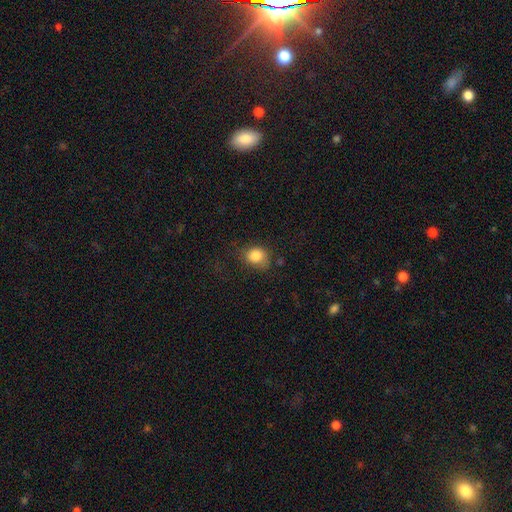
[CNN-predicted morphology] Smooth or featured: smooth — 84% (star or artifact — 10%)
How rounded: round — 62% (in between — 37%)
Merging: none — 63% (minor disturbance — 24%)